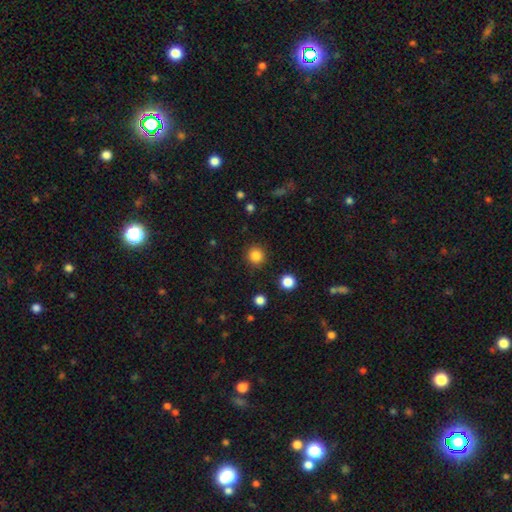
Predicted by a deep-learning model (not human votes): Morphology: type=smooth (84%); roundness=round (93%); merging=none (90%).